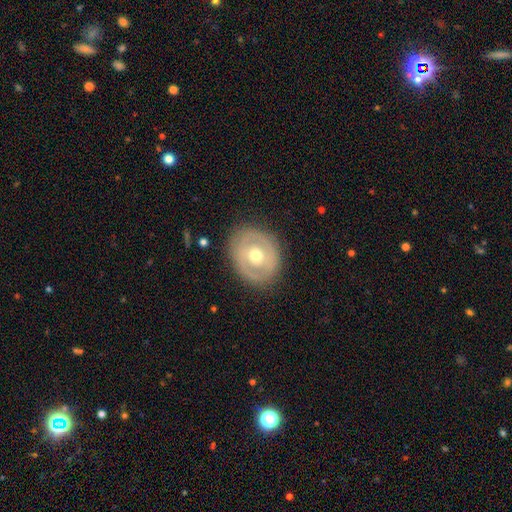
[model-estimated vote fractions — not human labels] A featured or disk galaxy (59%) with no bar (75%), no spiral arms (72%) and a moderate central bulge (72%). Merging: none (83%).